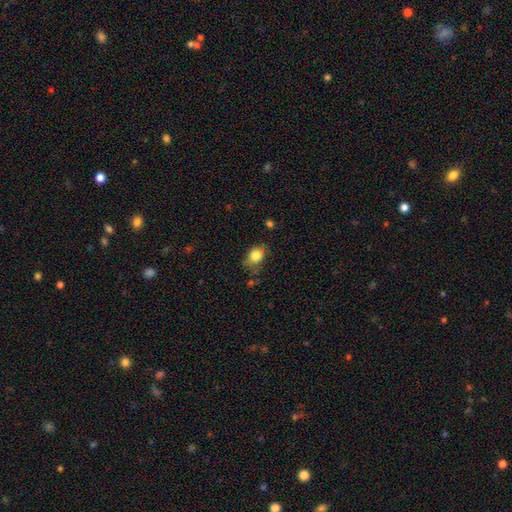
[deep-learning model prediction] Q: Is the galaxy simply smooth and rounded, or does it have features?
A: smooth — 80%.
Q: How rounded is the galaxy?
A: in between — 55%.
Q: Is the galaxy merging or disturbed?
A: none — 58%.